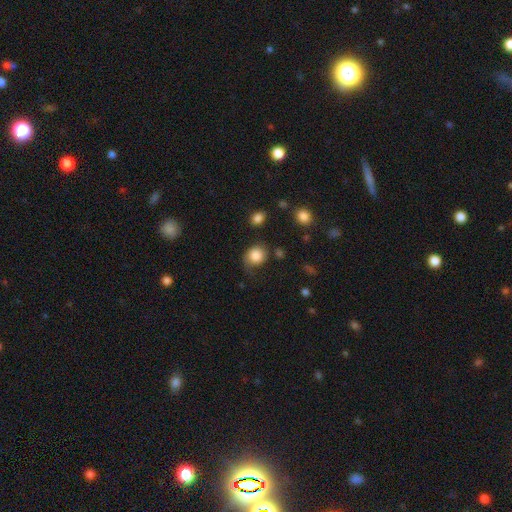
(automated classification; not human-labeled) Smooth or featured? Predicted: smooth (p=0.83). How rounded? Predicted: round (p=0.73). Merging? Predicted: none (p=0.57).